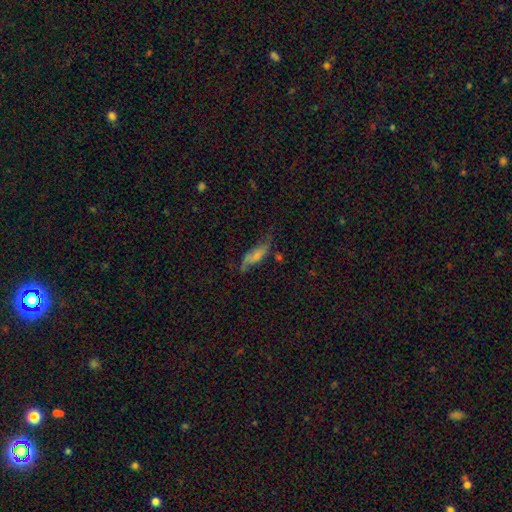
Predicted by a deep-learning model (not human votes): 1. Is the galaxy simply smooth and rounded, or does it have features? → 53% smooth, 38% featured or disk, 9% star or artifact.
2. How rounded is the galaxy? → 58% in between, 39% cigar-shaped, 3% round.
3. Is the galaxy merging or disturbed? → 40% none, 31% minor disturbance, 24% major disturbance, 6% merger.